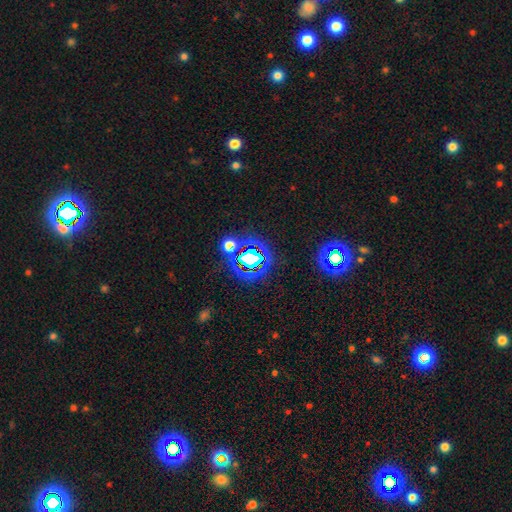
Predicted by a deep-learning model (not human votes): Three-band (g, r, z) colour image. It shows a star or artifact, not a galaxy (79%).